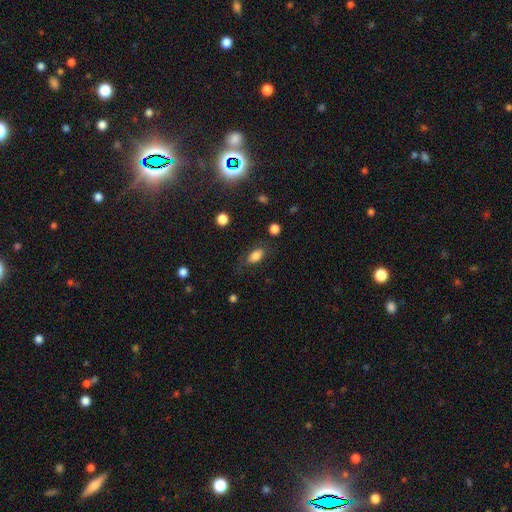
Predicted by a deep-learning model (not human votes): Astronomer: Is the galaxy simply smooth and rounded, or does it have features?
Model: smooth — 80%.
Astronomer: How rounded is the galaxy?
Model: in between — 88%.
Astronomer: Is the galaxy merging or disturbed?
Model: none — 70%.